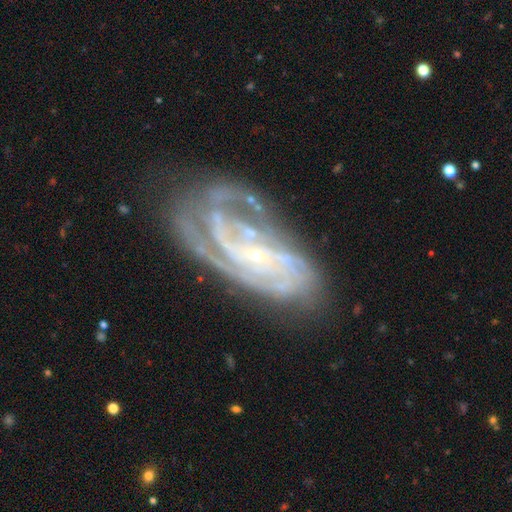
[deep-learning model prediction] The model was most divided on "spiral arm count": can't tell: 27%, 3: 25%, 2: 24%, 4: 11%, more than 4: 7%, 1: 6%. More confident: edge-on disk — no (96%); spiral arms — yes (94%); smooth or featured — featured or disk (87%); bulge size — small (85%); bar — no (59%); merging — none (53%); spiral winding — tight (52%).